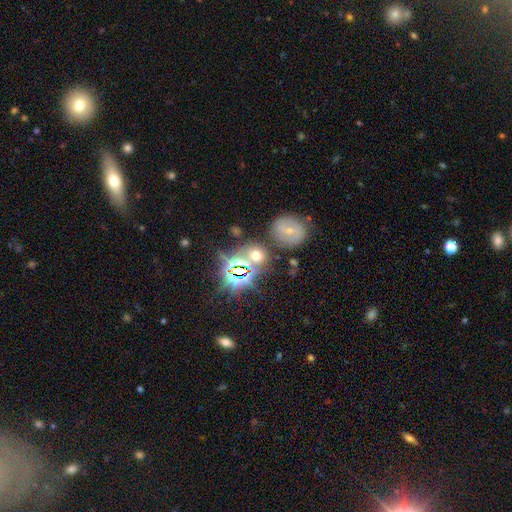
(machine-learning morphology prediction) Overall: star or artifact (54%; smooth 26%).